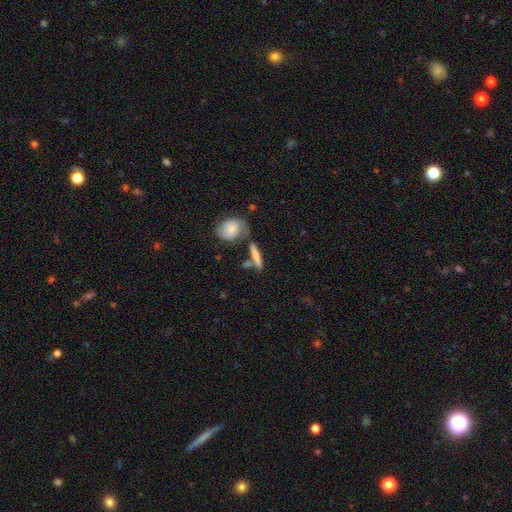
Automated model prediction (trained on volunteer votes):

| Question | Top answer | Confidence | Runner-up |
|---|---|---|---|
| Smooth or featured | smooth | 67% | featured or disk (25%) |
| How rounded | cigar-shaped | 79% | in between (16%) |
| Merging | none | 62% | merger (19%) |